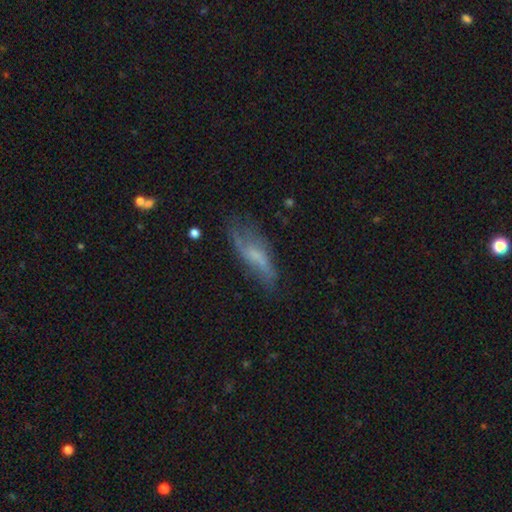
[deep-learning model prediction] A featured or disk galaxy (48%). Merging: none (51%).